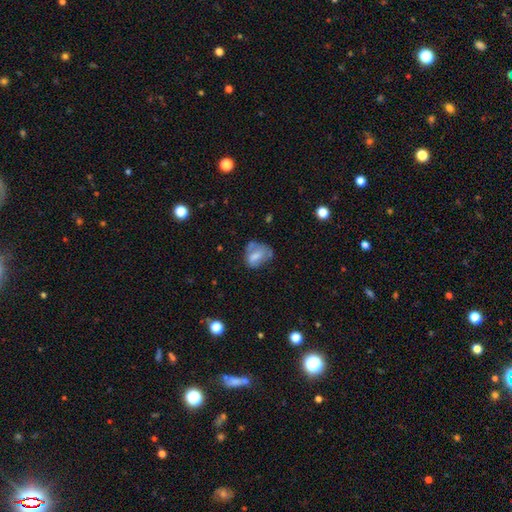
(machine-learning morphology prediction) smooth-or-featured: smooth: 59% | featured or disk: 32% | star or artifact: 9%
  how-rounded: in between: 64% | round: 34% | cigar-shaped: 2%
  merging: none: 40% | minor disturbance: 33% | major disturbance: 21% | merger: 7%